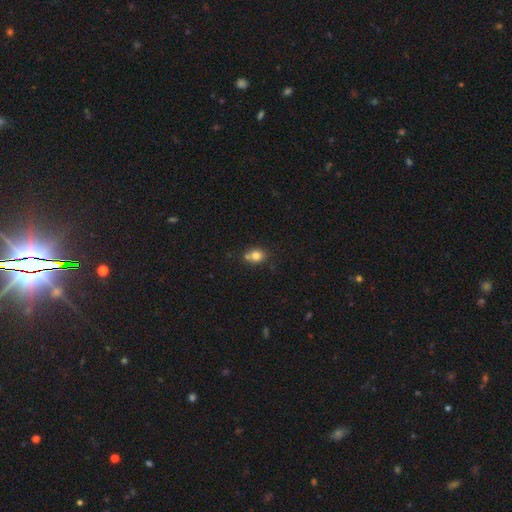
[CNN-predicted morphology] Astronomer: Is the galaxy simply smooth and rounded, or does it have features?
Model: smooth — 79%.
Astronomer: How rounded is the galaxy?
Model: round — 58% (runner-up: in between, 41%).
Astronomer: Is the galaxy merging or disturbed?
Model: none — 53% (runner-up: merger, 28%).